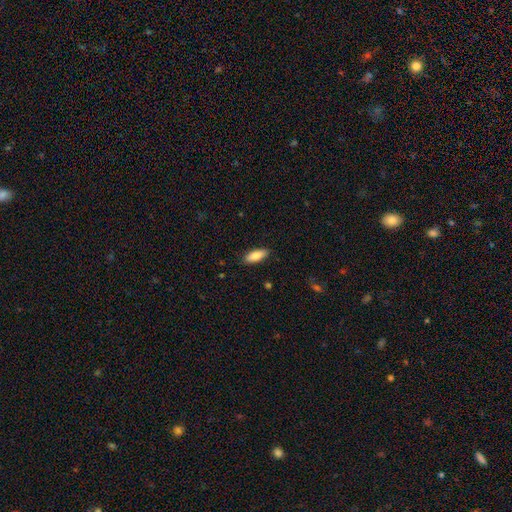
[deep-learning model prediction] Overall: smooth (83%). How rounded: in between (73%). Merging: none (88%).